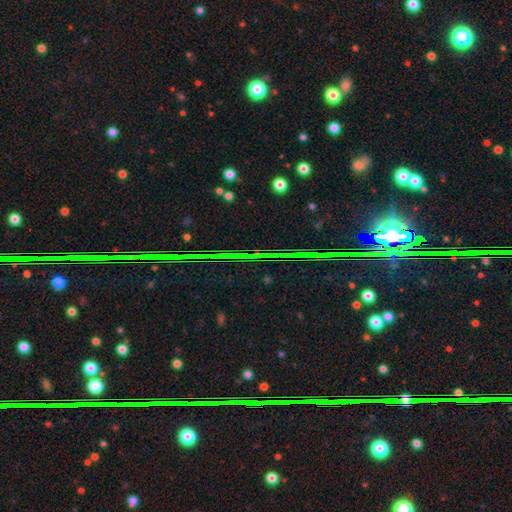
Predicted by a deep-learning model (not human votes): The model was most divided on "smooth or featured": star or artifact: 81%, featured or disk: 9%, smooth: 9%.